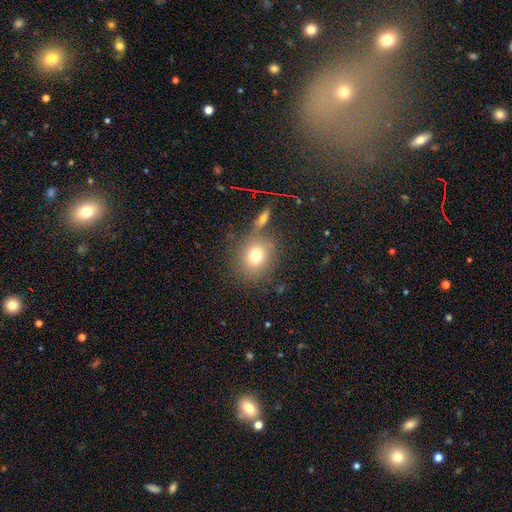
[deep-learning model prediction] The model was most divided on "how rounded": round: 72%, in between: 27%, cigar-shaped: 1%. More confident: smooth or featured — smooth (75%); merging — none (72%).